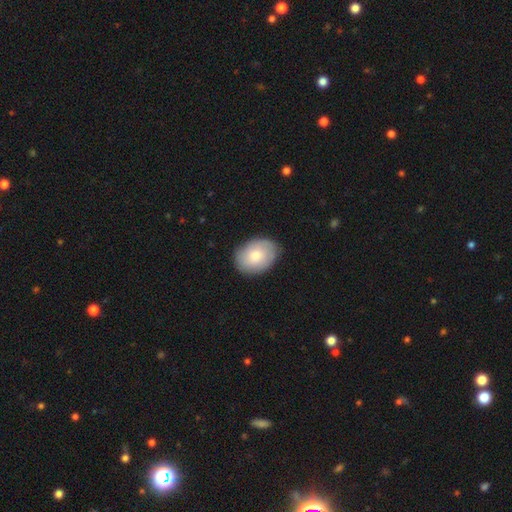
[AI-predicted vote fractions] smooth-or-featured: smooth: 76% | featured or disk: 18% | star or artifact: 6%
  how-rounded: in between: 72% | round: 27% | cigar-shaped: 1%
  merging: none: 82% | minor disturbance: 14% | major disturbance: 3% | merger: 1%